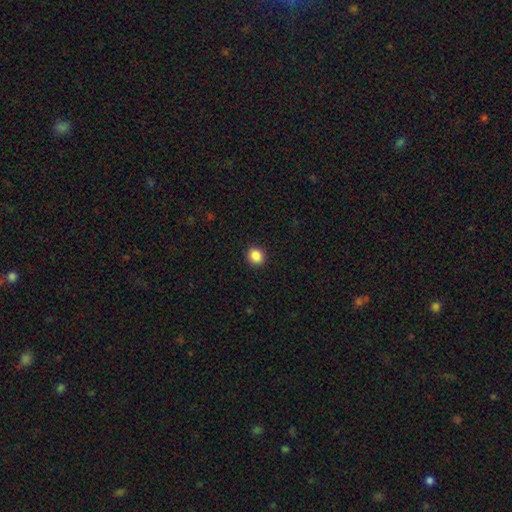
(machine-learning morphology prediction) smooth_or_featured: smooth (p=0.88) [alt: star or artifact p=0.09]
how_rounded: round (p=0.81) [alt: in between p=0.18]
merging: none (p=0.92) [alt: minor disturbance p=0.05]